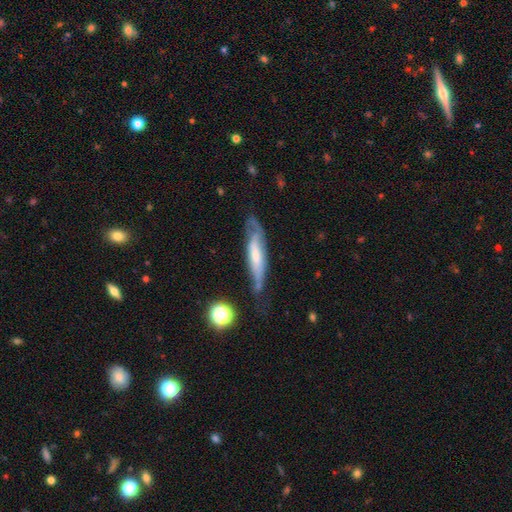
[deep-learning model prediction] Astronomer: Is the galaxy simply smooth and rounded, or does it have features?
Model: featured or disk — 56% (runner-up: smooth, 37%).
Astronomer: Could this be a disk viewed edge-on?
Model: no — 51% (runner-up: yes, 49%).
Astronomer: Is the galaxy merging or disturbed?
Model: none — 48% (runner-up: minor disturbance, 31%).